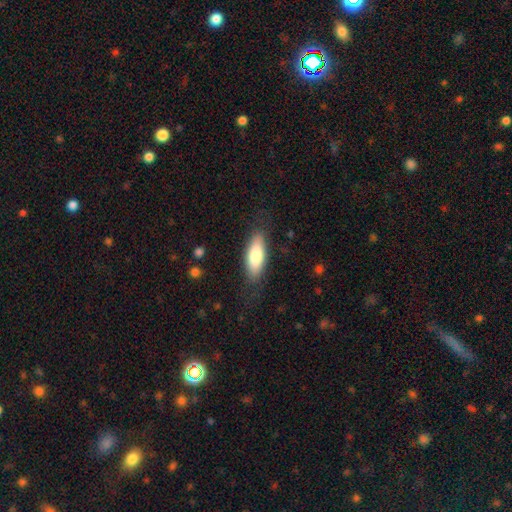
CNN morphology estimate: Smooth or featured?
  - smooth: 79% *
  - featured or disk: 16%
  - star or artifact: 6%
How rounded?
  - in between: 70% *
  - cigar-shaped: 28%
  - round: 2%
Merging?
  - none: 79% *
  - minor disturbance: 15%
  - major disturbance: 5%
  - merger: 1%